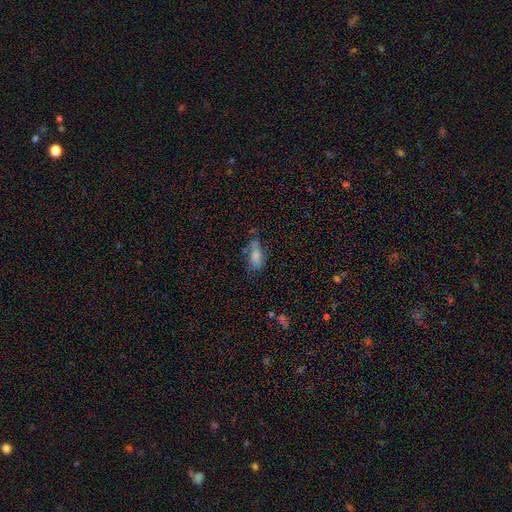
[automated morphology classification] Smooth or featured? Predicted: smooth (p=0.62). How rounded? Predicted: in between (p=0.80). Merging? Predicted: none (p=0.51).